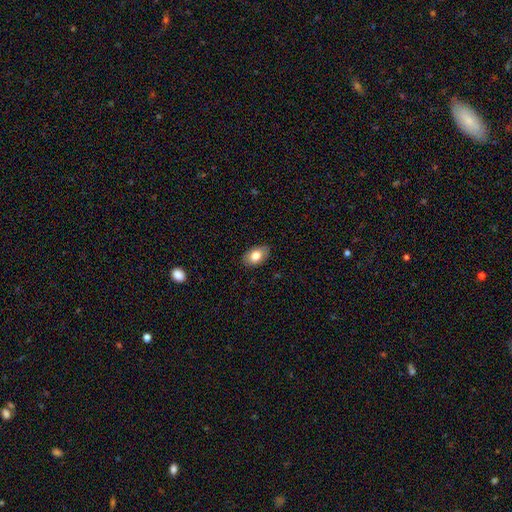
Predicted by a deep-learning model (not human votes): Overall: smooth (79%). How rounded: in between (90%). Merging: none (86%).